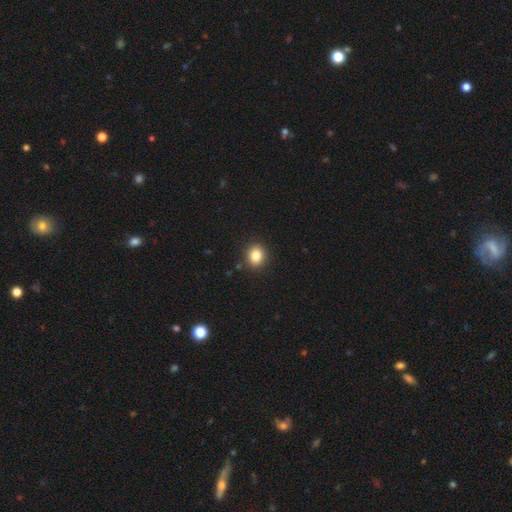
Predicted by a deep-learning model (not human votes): Smooth or featured?
  - smooth: 84% *
  - star or artifact: 10%
  - featured or disk: 6%
How rounded?
  - round: 69% *
  - in between: 30%
  - cigar-shaped: 1%
Merging?
  - none: 90% *
  - minor disturbance: 7%
  - major disturbance: 2%
  - merger: 1%